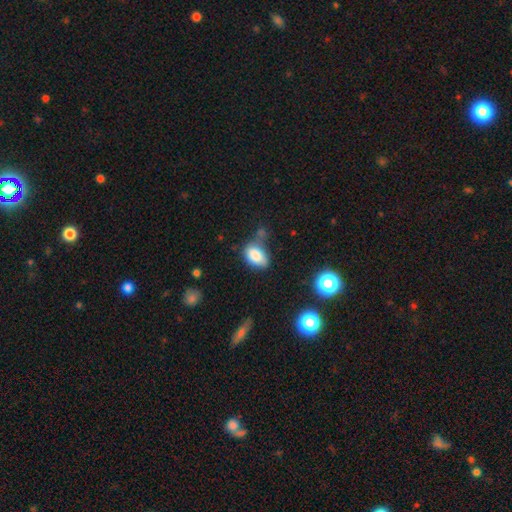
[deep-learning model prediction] A smooth galaxy with no disk features (83%) that is in between round and cigar-shaped (88%).

Vote fractions:
- Smooth or featured? smooth: 83% / star or artifact: 9% / featured or disk: 8%
- How rounded? in between: 88% / round: 11% / cigar-shaped: 1%
- Merging? none: 49% / minor disturbance: 28% / merger: 13% / major disturbance: 10%